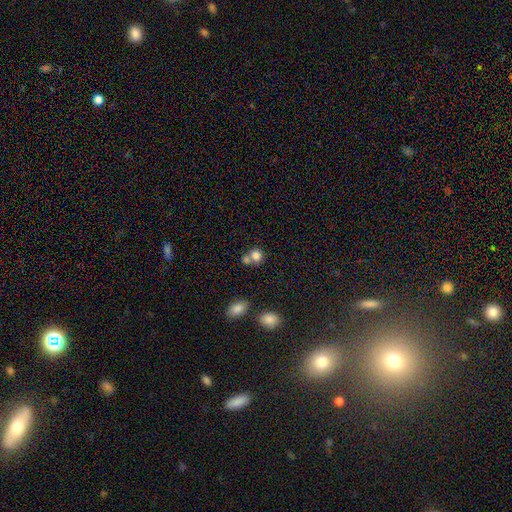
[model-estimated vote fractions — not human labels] Morphology: type=smooth (80%); roundness=round (79%); merging=none (44%).